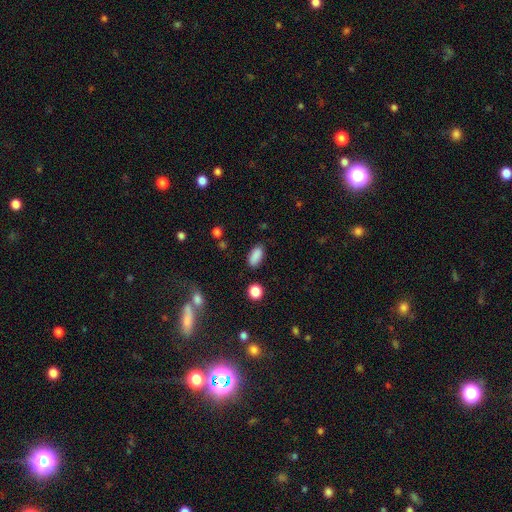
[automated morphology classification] This appears to be a smooth galaxy with no disk features (88%) that is in between round and cigar-shaped (90%). Merging: none (85%).